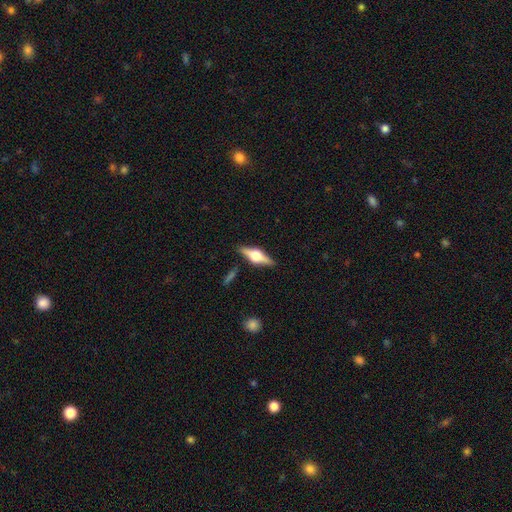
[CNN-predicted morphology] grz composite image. It shows a featured or disk galaxy (71%) viewed edge-on (96%) with a rounded central bulge (94%). Merging: none (87%).